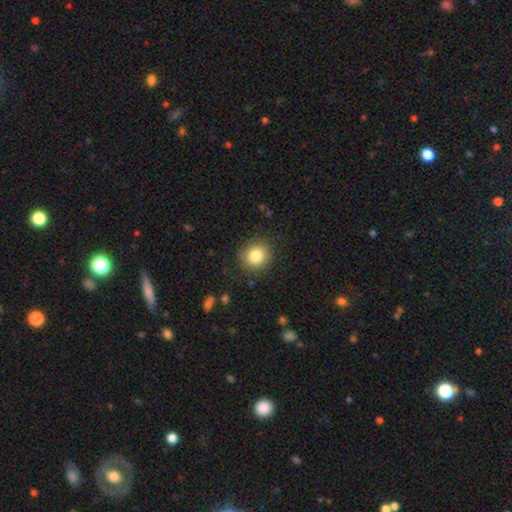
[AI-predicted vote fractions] This appears to be a smooth galaxy with no disk features (82%) that is round (86%). Merging: none (87%).